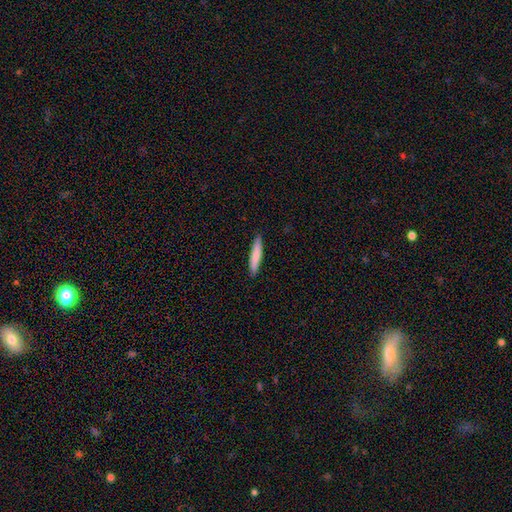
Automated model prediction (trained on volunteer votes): The model was most divided on "smooth or featured": smooth: 78%, featured or disk: 16%, star or artifact: 5%. More confident: how rounded — cigar-shaped (92%); merging — none (90%).